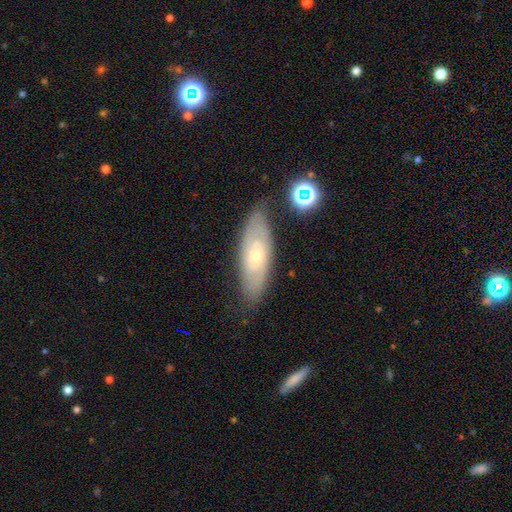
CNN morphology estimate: This appears to be a featured or disk galaxy (57%). Merging: none (74%).